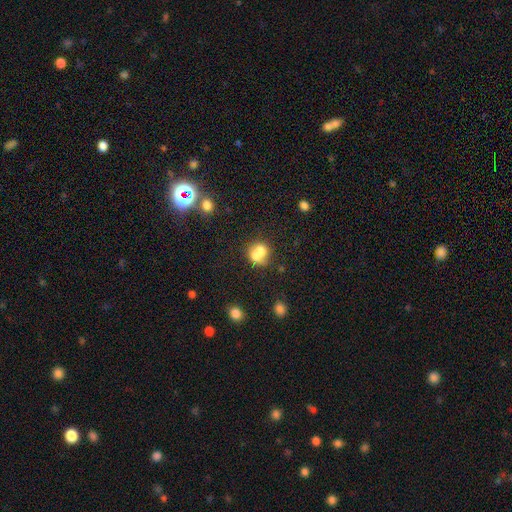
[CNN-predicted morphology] smooth_or_featured: smooth (p=0.67) [alt: featured or disk p=0.22]
how_rounded: round (p=0.71) [alt: in between p=0.28]
merging: merger (p=0.64) [alt: none p=0.26]